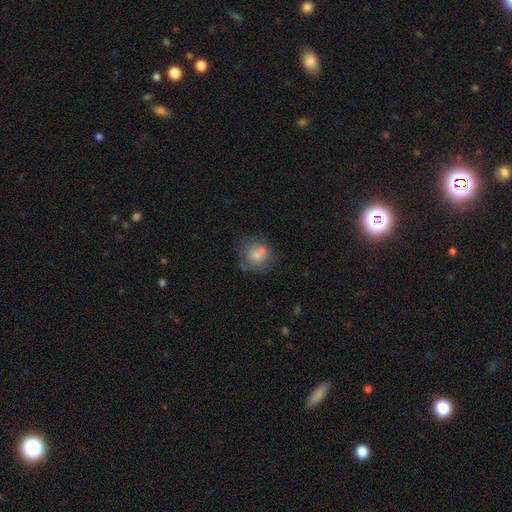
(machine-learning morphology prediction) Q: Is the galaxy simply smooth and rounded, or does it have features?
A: smooth — 64%.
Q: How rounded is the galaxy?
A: round — 78%.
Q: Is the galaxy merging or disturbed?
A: none — 57%.